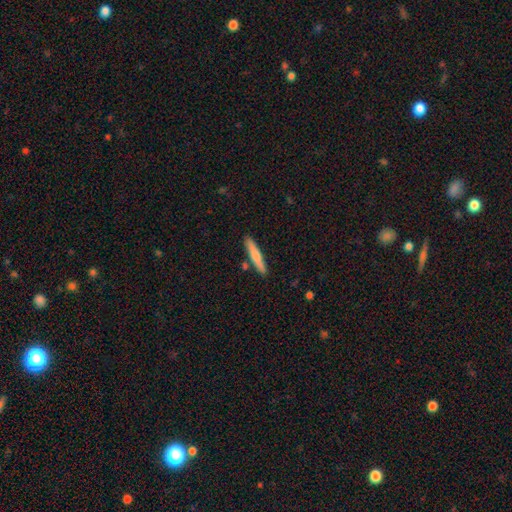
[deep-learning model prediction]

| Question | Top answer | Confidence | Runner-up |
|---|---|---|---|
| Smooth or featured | smooth | 69% | featured or disk (26%) |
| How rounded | cigar-shaped | 93% | in between (6%) |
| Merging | none | 85% | minor disturbance (9%) |